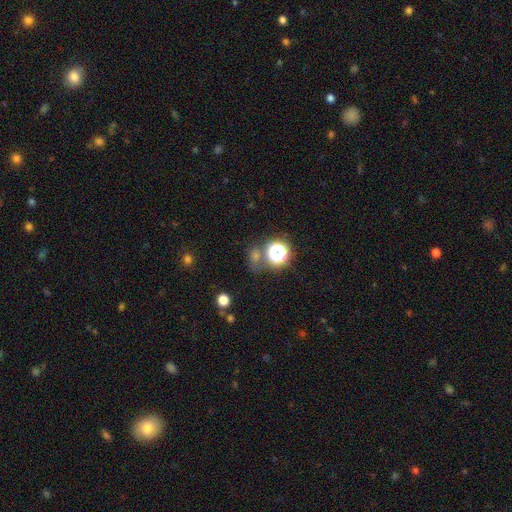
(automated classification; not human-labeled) This is possibly a smooth galaxy (47%). Merging: likely none (65%).